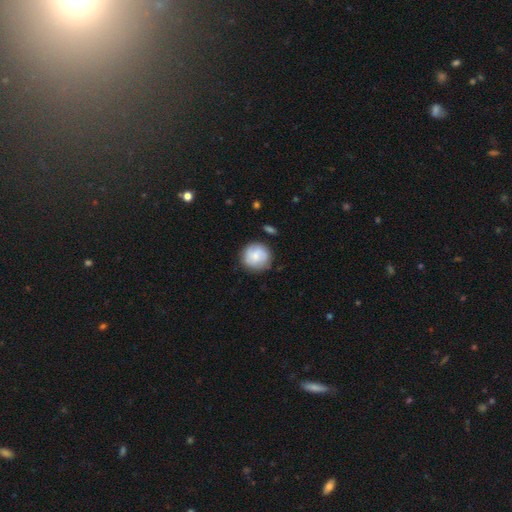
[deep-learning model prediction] smooth 63%, featured or disk 30%, star or artifact 7%. Down the decision tree: how rounded — round (92%); merging — none (81%).